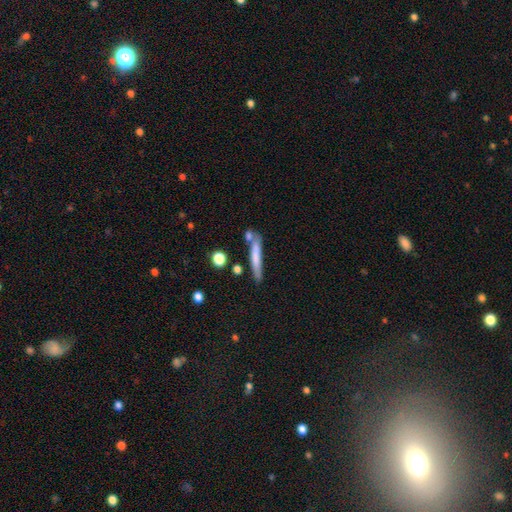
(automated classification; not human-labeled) Morphology: type=smooth (67%); roundness=cigar-shaped (91%); merging=none (65%).